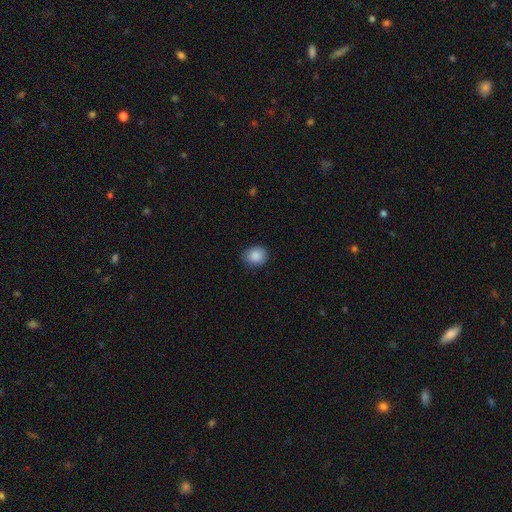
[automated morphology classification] The model was most divided on "how rounded": round: 64%, in between: 35%, cigar-shaped: 1%. More confident: smooth or featured — smooth (88%); merging — none (84%).